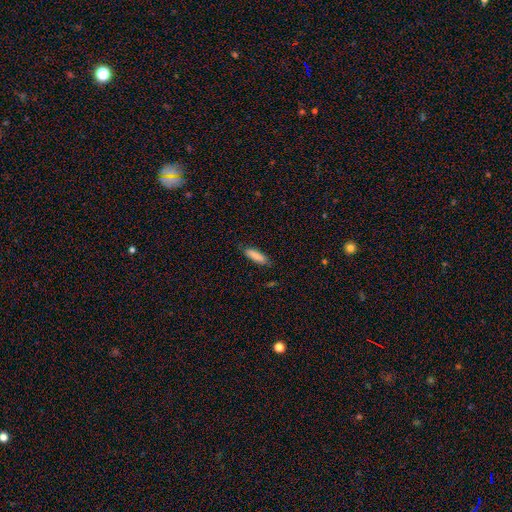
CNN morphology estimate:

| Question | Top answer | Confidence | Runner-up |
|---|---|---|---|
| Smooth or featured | smooth | 86% | featured or disk (8%) |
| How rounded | cigar-shaped | 55% | in between (44%) |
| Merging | none | 82% | minor disturbance (14%) |